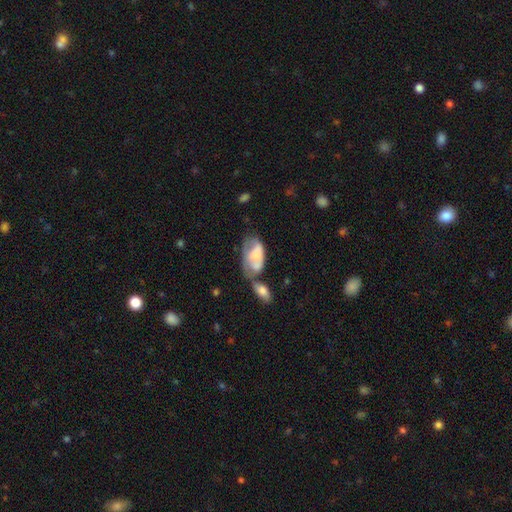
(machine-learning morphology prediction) Smooth or featured? Predicted: smooth (p=0.59). How rounded? Predicted: in between (p=0.93). Merging? Predicted: merger (p=0.44).